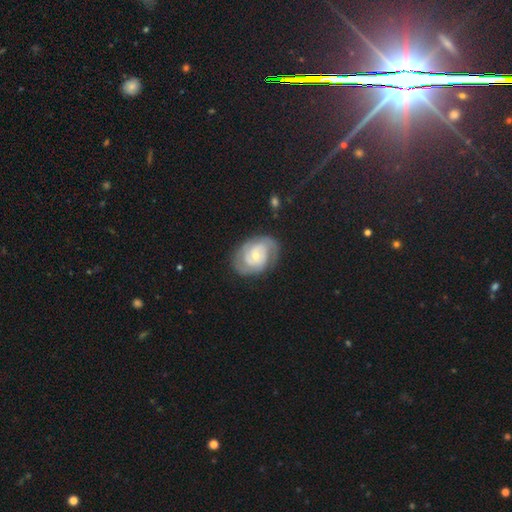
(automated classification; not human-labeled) Overall: featured or disk (82%). Edge-on disk: no (97%). Bar: no (63%; weak 30%). Spiral arms: yes (93%). Spiral arm count: 2 (65%). Spiral winding: tight (60%; medium 32%). Bulge size: small (51%; moderate 44%). Merging: none (75%).